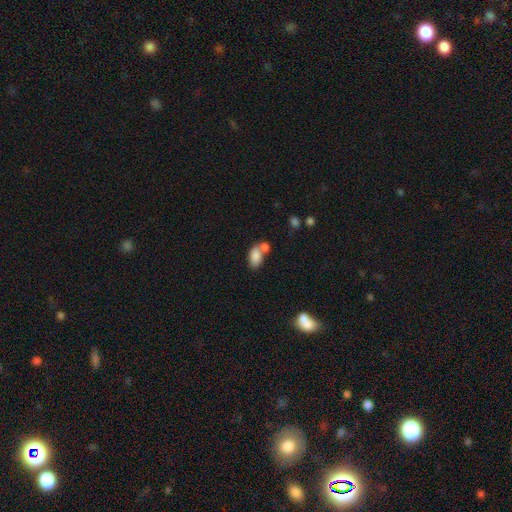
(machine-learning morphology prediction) Smooth or featured: smooth — 83% (featured or disk — 8%)
How rounded: in between — 91% (round — 7%)
Merging: merger — 47% (none — 36%)